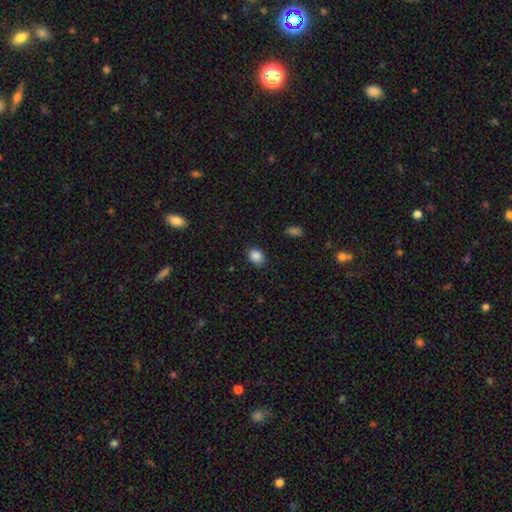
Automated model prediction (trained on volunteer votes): Smooth or featured? smooth (87%)
How rounded? in between (64%)
Merging? none (85%)